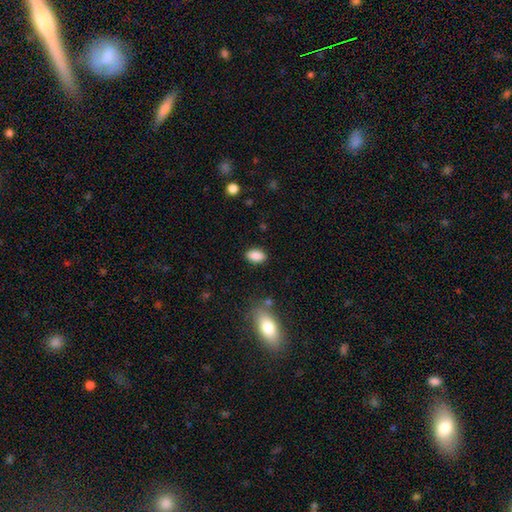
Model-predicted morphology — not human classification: Smooth or featured: smooth — 88% (star or artifact — 8%)
How rounded: in between — 90% (round — 7%)
Merging: none — 85% (minor disturbance — 10%)